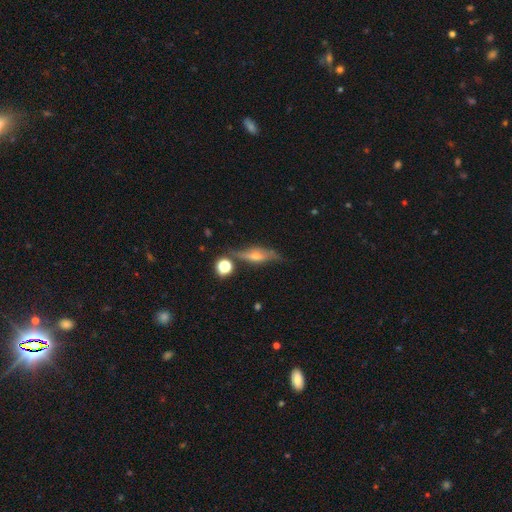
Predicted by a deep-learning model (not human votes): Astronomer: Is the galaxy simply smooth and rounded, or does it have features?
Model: featured or disk — 66%.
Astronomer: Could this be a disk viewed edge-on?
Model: yes — 87%.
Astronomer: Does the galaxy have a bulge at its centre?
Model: rounded — 89%.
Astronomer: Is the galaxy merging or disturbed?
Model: none — 73%.